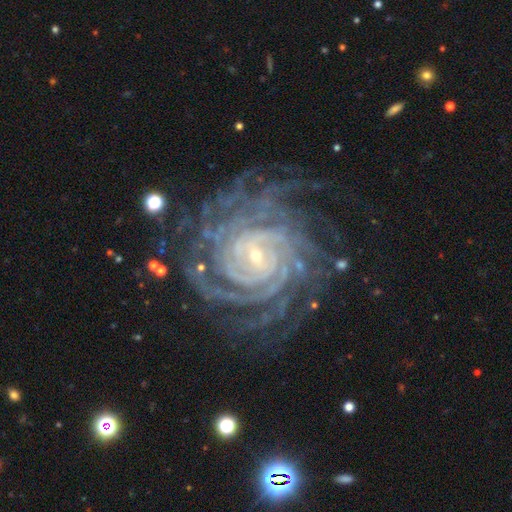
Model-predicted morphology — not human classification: This is clearly a featured or disk galaxy (92%). It is clearly not viewed edge-on (98%). Bar: marginally no (43%). Spiral arm pattern: clearly yes (99%). Spiral arm count: marginally more than 4 (34%). Spiral winding: clearly tight (84%). Central bulge: clearly small (82%). Merging: likely none (74%).